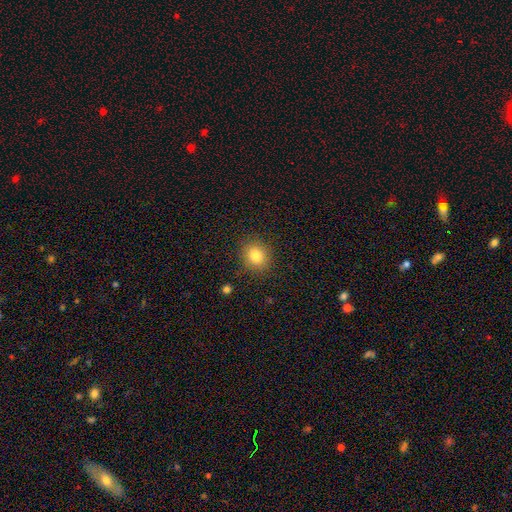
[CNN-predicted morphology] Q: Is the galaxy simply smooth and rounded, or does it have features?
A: smooth — 82%.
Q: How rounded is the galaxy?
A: round — 71%.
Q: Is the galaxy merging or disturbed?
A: none — 88%.